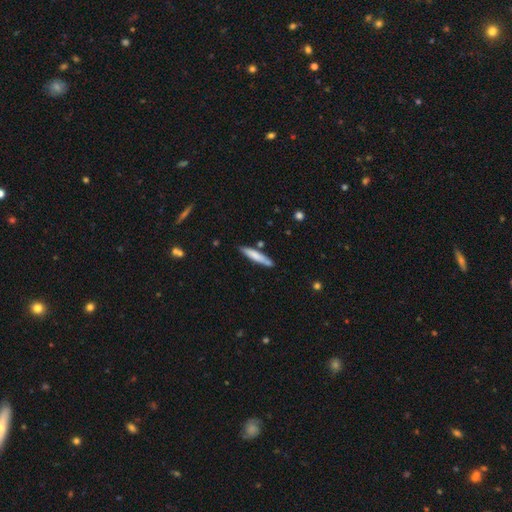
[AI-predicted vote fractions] A smooth galaxy with no disk features (74%) that is cigar-shaped (91%). Merging: none (81%).